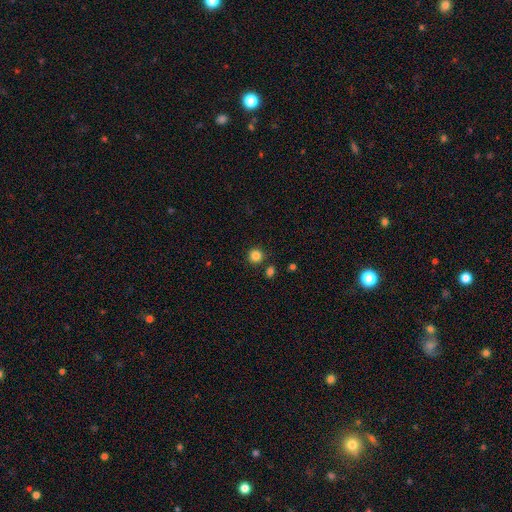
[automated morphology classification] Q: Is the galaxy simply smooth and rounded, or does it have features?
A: smooth — 85%.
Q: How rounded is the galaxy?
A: round — 94%.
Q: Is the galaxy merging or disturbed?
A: none — 86%.